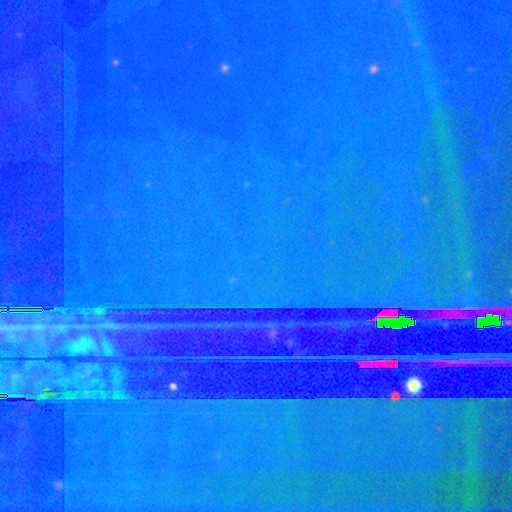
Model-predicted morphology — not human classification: type=star or artifact (87%).